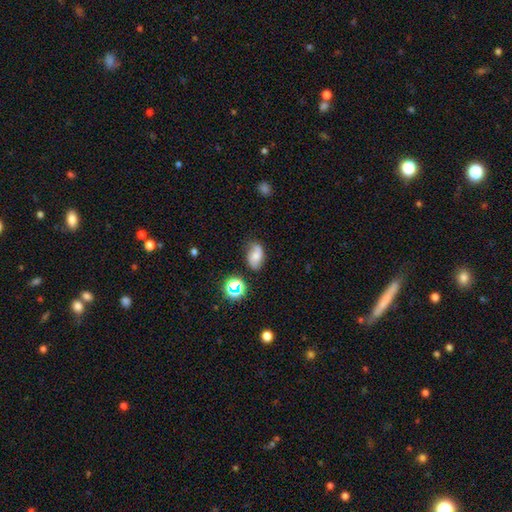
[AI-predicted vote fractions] Smooth or featured? smooth (55%)
How rounded? in between (85%)
Merging? none (65%)